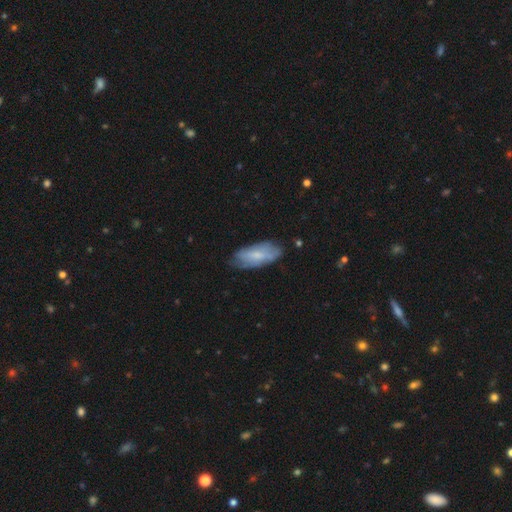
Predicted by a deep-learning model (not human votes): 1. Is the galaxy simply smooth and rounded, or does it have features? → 58% smooth, 36% featured or disk, 6% star or artifact.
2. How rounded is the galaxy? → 82% in between, 16% cigar-shaped, 2% round.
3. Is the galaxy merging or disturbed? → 67% none, 25% minor disturbance, 6% major disturbance, 2% merger.